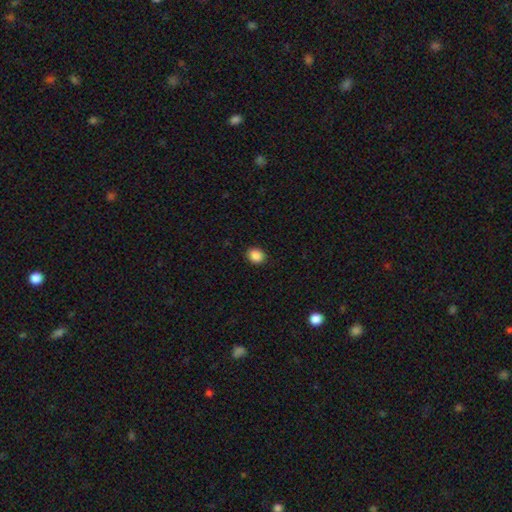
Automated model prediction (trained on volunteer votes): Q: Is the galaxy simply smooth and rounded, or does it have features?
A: smooth — 88%.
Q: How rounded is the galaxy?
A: round — 56%.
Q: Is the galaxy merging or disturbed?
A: none — 89%.